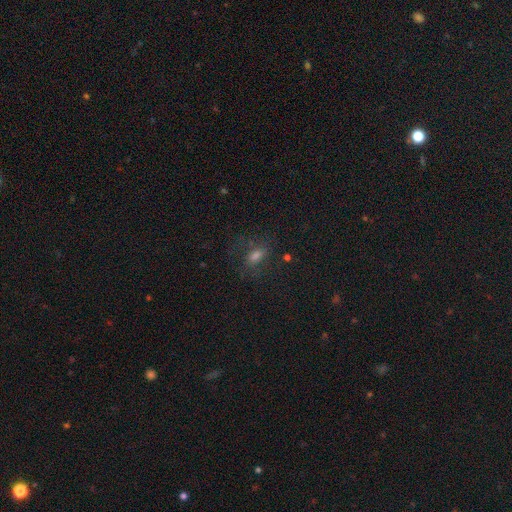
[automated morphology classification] Smooth or featured?
  - smooth: 54% *
  - star or artifact: 25%
  - featured or disk: 22%
How rounded?
  - in between: 72% *
  - round: 15%
  - cigar-shaped: 13%
Merging?
  - none: 65% *
  - minor disturbance: 18%
  - major disturbance: 14%
  - merger: 2%